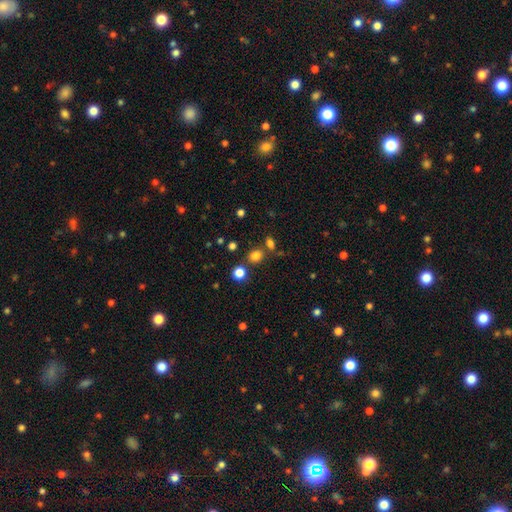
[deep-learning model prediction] Smooth or featured?
  - smooth: 78% *
  - star or artifact: 16%
  - featured or disk: 6%
How rounded?
  - round: 61% *
  - in between: 38%
  - cigar-shaped: 1%
Merging?
  - none: 73% *
  - merger: 14%
  - minor disturbance: 10%
  - major disturbance: 4%